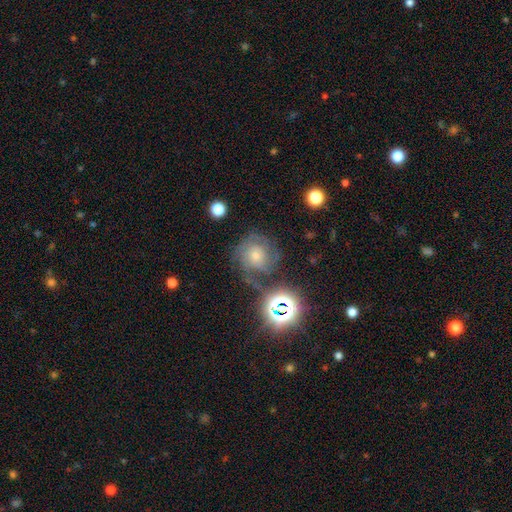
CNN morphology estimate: The model was most divided on "bulge size": moderate: 48%, small: 39%, large: 7%, none: 4%, dominant: 2%. More confident: edge-on disk — no (97%); spiral arms — yes (90%); bar — no (76%); merging — none (68%); smooth or featured — featured or disk (55%).